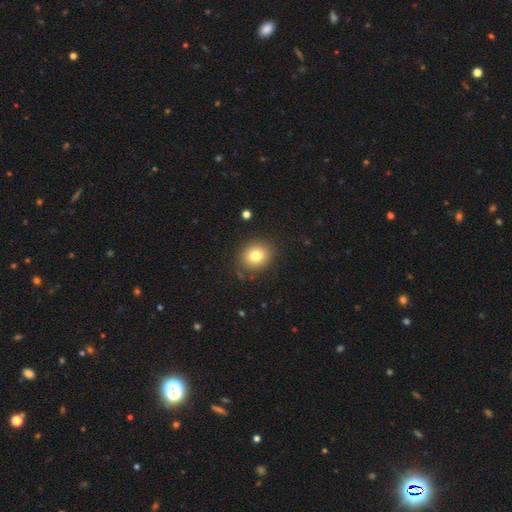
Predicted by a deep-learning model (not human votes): A smooth galaxy with no disk features (79%) that is round (73%). Merging: none (87%).